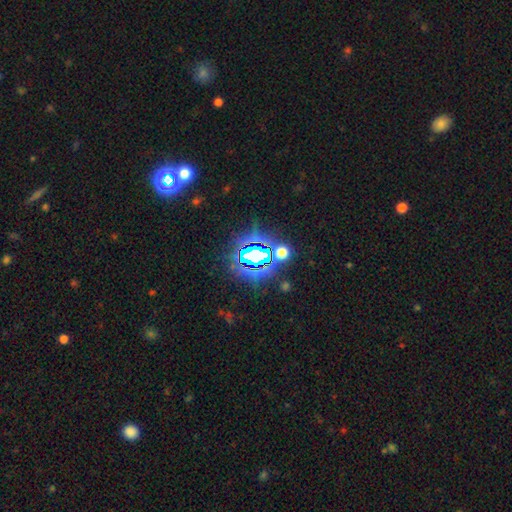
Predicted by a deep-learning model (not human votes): Smooth or featured: star or artifact — 72% (smooth — 17%)